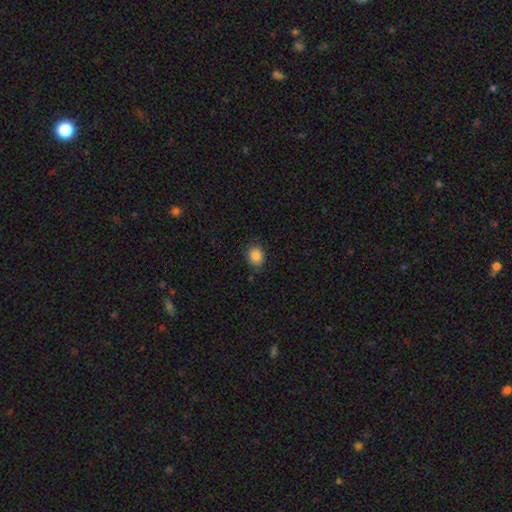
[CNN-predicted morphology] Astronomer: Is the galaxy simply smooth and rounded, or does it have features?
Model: smooth — 87%.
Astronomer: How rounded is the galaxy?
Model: round — 57% (runner-up: in between, 42%).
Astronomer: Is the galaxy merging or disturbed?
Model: none — 84%.